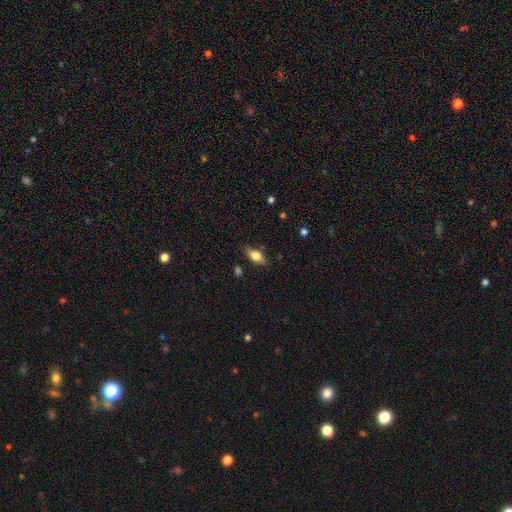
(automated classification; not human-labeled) smooth_or_featured: smooth (p=0.72) [alt: featured or disk p=0.20]
how_rounded: in between (p=0.82) [alt: cigar-shaped p=0.12]
merging: none (p=0.81) [alt: minor disturbance p=0.14]